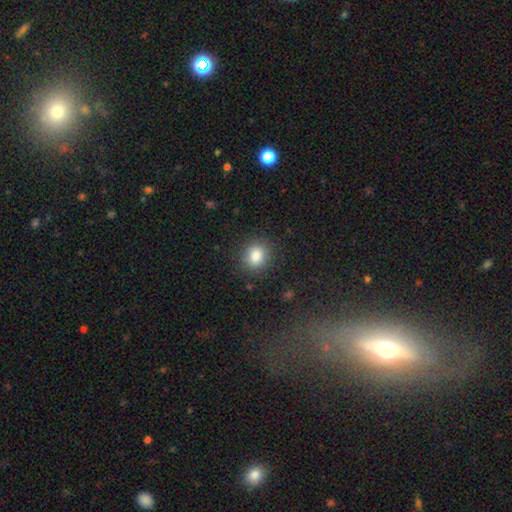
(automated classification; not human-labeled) Smooth or featured?
  - smooth: 85% *
  - star or artifact: 10%
  - featured or disk: 5%
How rounded?
  - round: 77% *
  - in between: 22%
  - cigar-shaped: 1%
Merging?
  - none: 86% *
  - minor disturbance: 9%
  - major disturbance: 3%
  - merger: 1%